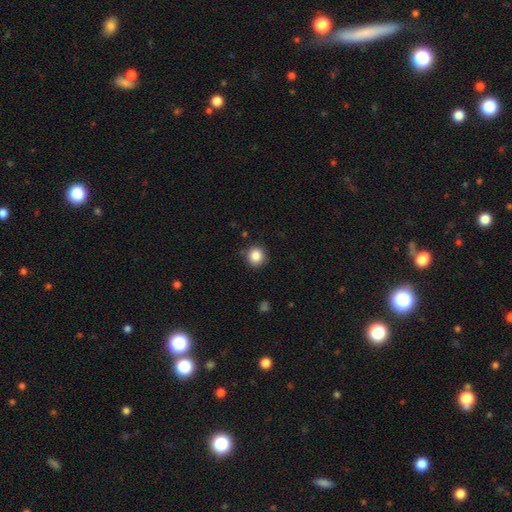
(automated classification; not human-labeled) Morphology: type=smooth (86%); roundness=round (91%); merging=none (87%).